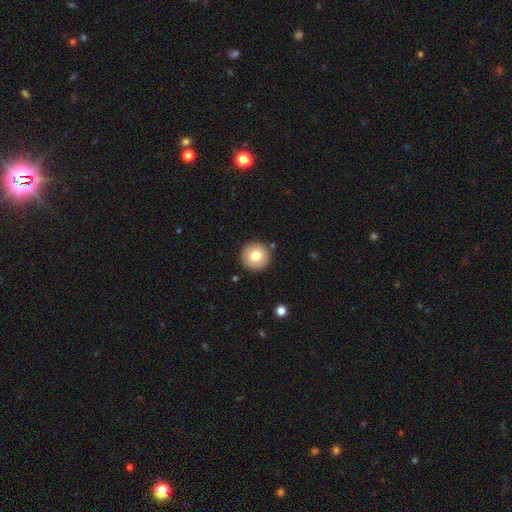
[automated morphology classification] Smooth or featured: smooth — 78% (featured or disk — 13%)
How rounded: round — 96% (in between — 3%)
Merging: none — 90% (minor disturbance — 6%)